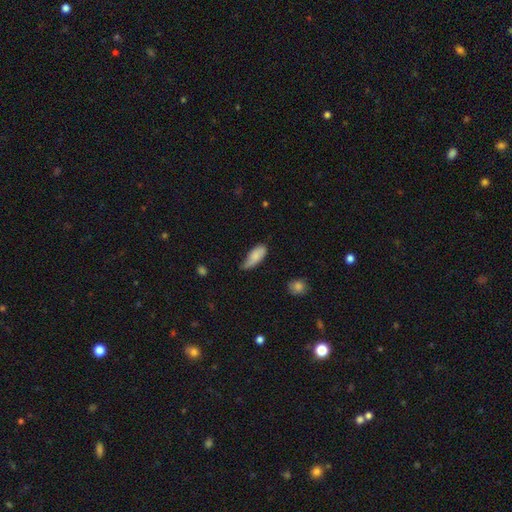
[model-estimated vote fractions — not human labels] Smooth or featured?
  - smooth: 78% *
  - featured or disk: 16%
  - star or artifact: 7%
How rounded?
  - in between: 82% *
  - cigar-shaped: 16%
  - round: 2%
Merging?
  - minor disturbance: 46% *
  - none: 40%
  - major disturbance: 12%
  - merger: 3%